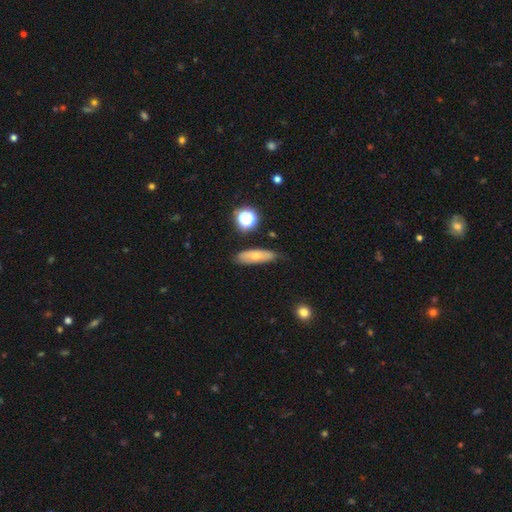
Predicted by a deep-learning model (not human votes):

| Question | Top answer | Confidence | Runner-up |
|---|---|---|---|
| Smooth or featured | smooth | 64% | featured or disk (26%) |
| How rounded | in between | 50% | cigar-shaped (45%) |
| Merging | none | 72% | minor disturbance (21%) |